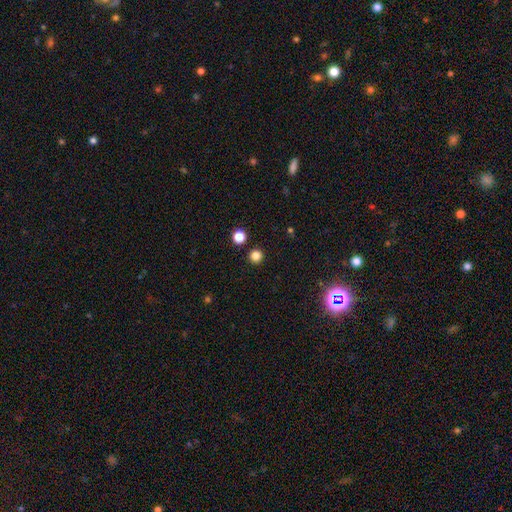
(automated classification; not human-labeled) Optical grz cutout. It shows a smooth galaxy with no disk features (81%) that is round (95%). Merging: none (92%).